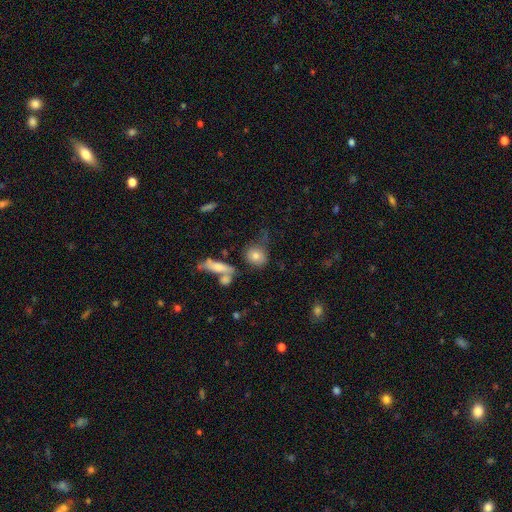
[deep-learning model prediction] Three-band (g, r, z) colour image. It shows a smooth galaxy with no disk features (75%) that is round (69%). Merging: none (52%).